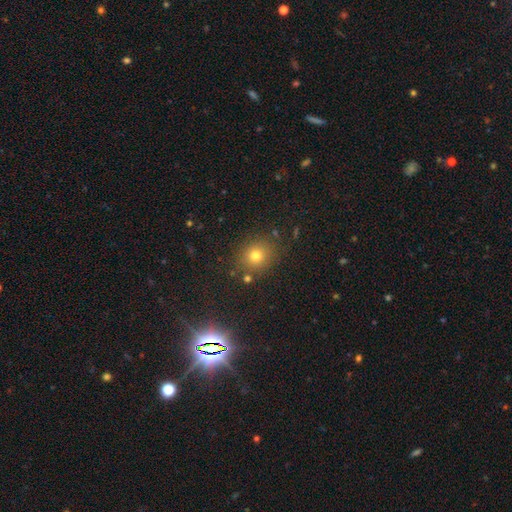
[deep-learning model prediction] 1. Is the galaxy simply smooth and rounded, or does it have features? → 74% smooth, 18% star or artifact, 8% featured or disk.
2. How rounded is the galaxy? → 82% round, 17% in between, 1% cigar-shaped.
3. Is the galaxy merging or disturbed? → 83% none, 9% minor disturbance, 4% merger, 3% major disturbance.